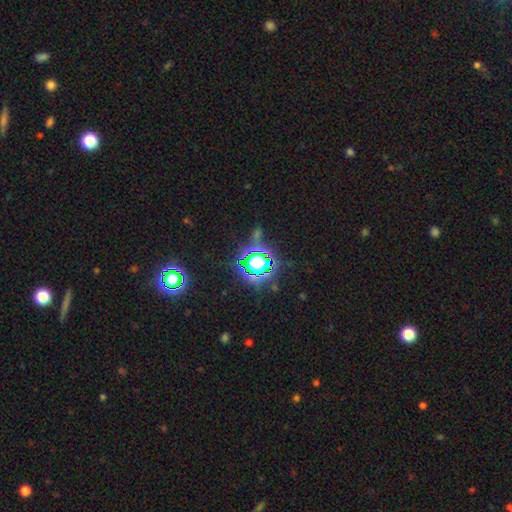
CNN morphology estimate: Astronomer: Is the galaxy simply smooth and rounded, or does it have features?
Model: star or artifact — 82%.